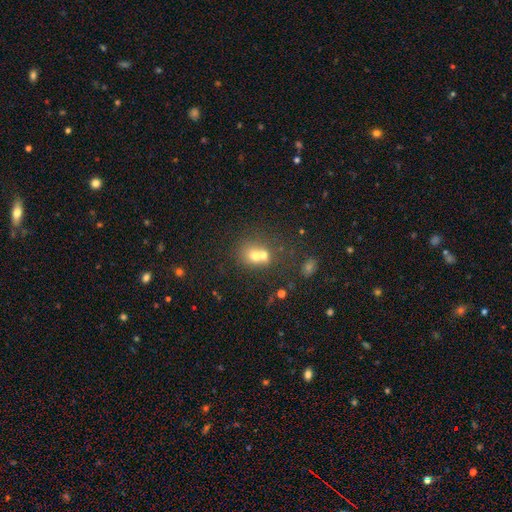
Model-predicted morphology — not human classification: A smooth galaxy with no disk features (64%) that is round (71%).

Vote fractions:
- Smooth or featured? smooth: 64% / featured or disk: 21% / star or artifact: 15%
- How rounded? round: 71% / in between: 28% / cigar-shaped: 1%
- Merging? merger: 58% / none: 31% / minor disturbance: 7% / major disturbance: 4%